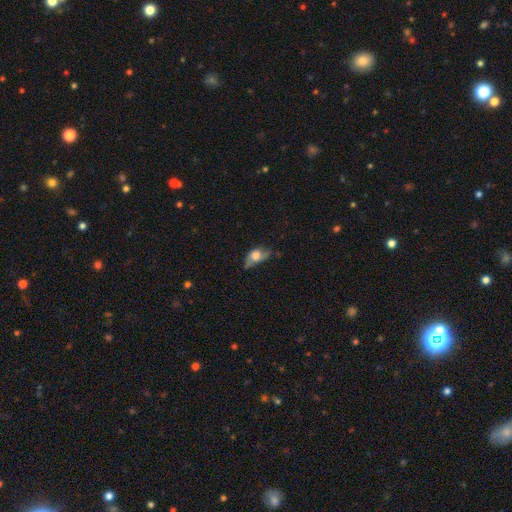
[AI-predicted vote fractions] The model was most divided on "merging": none: 38%, minor disturbance: 33%, major disturbance: 26%, merger: 4%. More confident: how rounded — in between (79%); smooth or featured — smooth (51%).